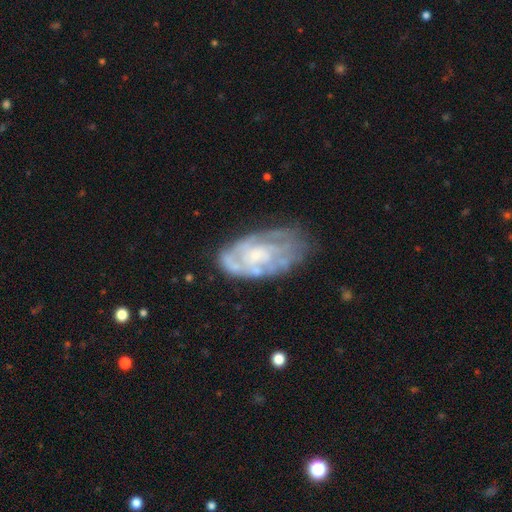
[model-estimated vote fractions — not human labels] A featured or disk galaxy (69%) with no bar (77%), spiral arms (59%) and a small central bulge (39%). Merging: none (58%).